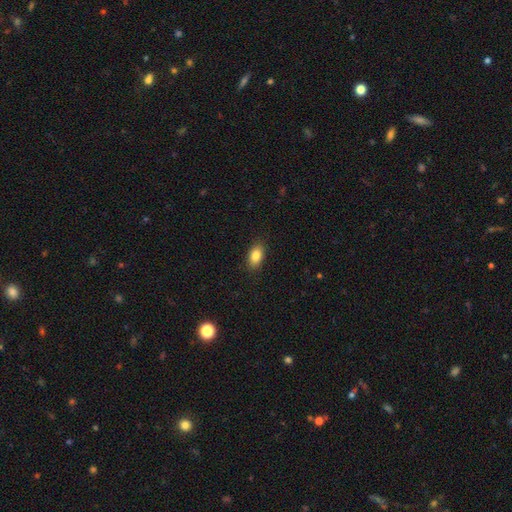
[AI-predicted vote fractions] Smooth or featured? Predicted: smooth (p=0.85). How rounded? Predicted: in between (p=0.90). Merging? Predicted: none (p=0.88).